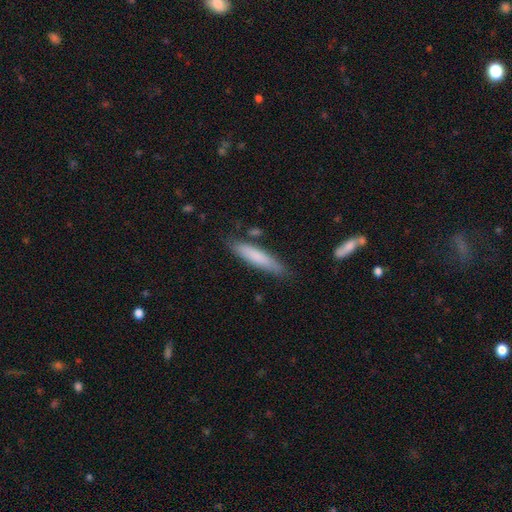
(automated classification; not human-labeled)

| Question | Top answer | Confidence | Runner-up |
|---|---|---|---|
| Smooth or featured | smooth | 75% | featured or disk (19%) |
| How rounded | cigar-shaped | 86% | in between (13%) |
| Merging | none | 79% | minor disturbance (15%) |